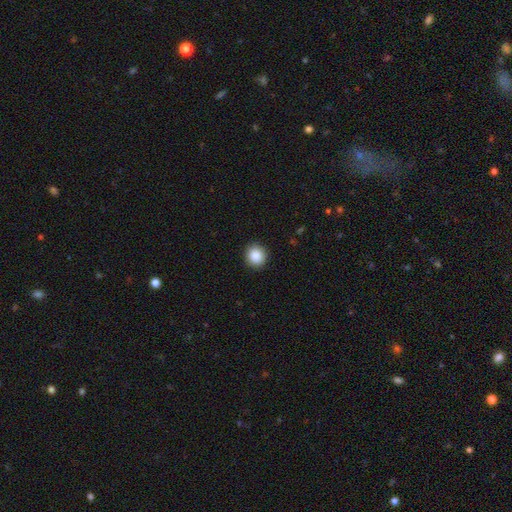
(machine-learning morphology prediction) type=smooth (88%); roundness=round (86%); merging=none (91%).